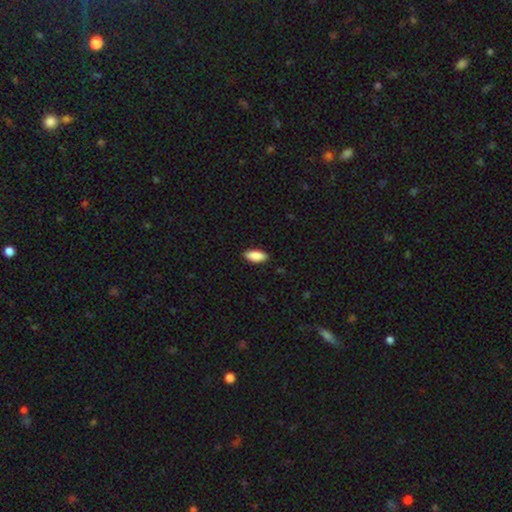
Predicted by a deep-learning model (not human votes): A smooth galaxy with no disk features (89%) that is in between round and cigar-shaped (84%). Merging: none (88%).